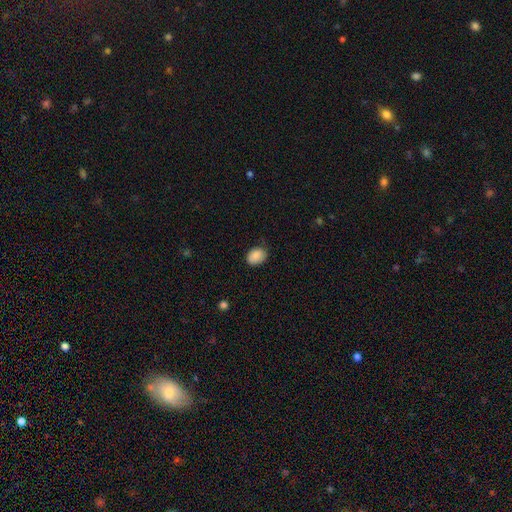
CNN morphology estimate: Smooth or featured?
  - smooth: 88% *
  - star or artifact: 7%
  - featured or disk: 4%
How rounded?
  - in between: 73% *
  - round: 26%
  - cigar-shaped: 1%
Merging?
  - none: 73% *
  - minor disturbance: 22%
  - major disturbance: 4%
  - merger: 1%